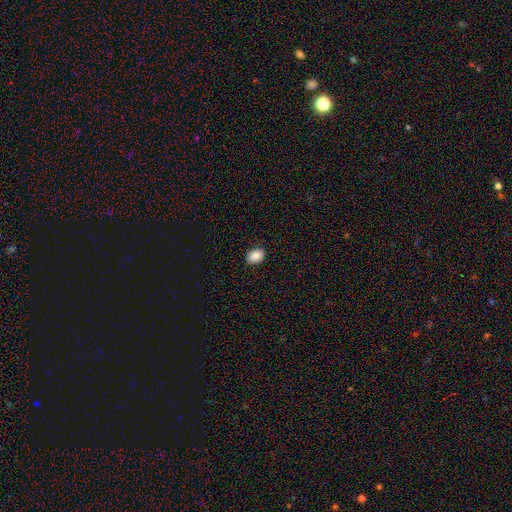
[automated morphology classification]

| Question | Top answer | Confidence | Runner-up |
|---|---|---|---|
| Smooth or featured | smooth | 86% | star or artifact (8%) |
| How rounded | in between | 69% | round (30%) |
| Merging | none | 88% | minor disturbance (9%) |